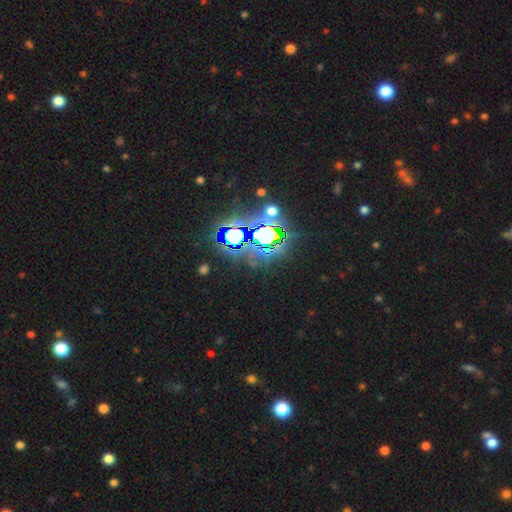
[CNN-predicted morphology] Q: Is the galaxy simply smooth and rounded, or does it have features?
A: star or artifact — 80%.